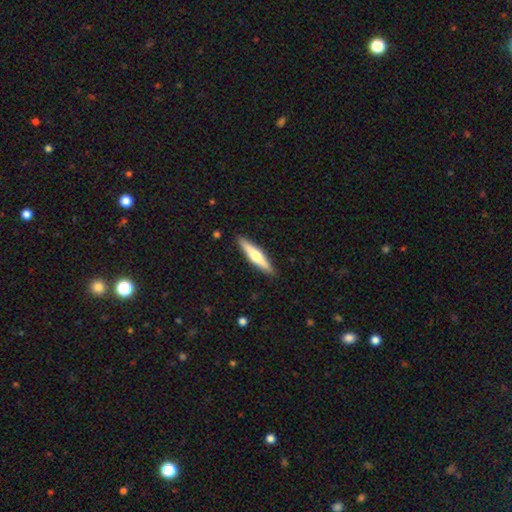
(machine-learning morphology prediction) A featured or disk galaxy (48%). Merging: none (90%).